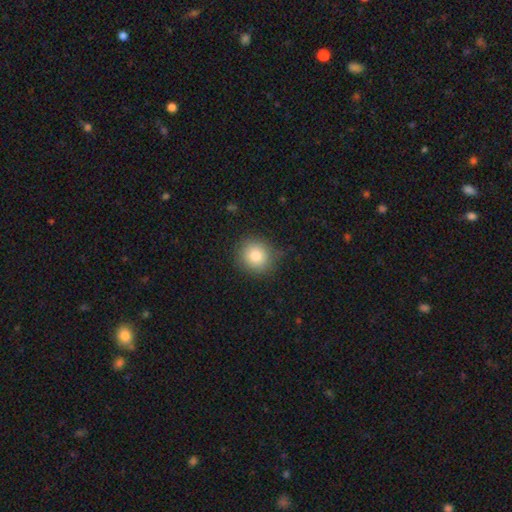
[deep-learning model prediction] smooth-or-featured: smooth: 82% | star or artifact: 10% | featured or disk: 8%
  how-rounded: round: 86% | in between: 13% | cigar-shaped: 1%
  merging: none: 82% | minor disturbance: 13% | major disturbance: 3% | merger: 1%